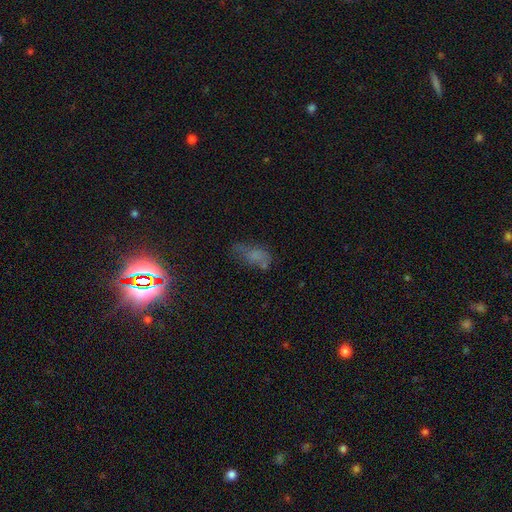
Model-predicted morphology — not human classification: This appears to be a smooth galaxy with no disk features (56%) that is in between round and cigar-shaped (81%). Merging: none (43%).